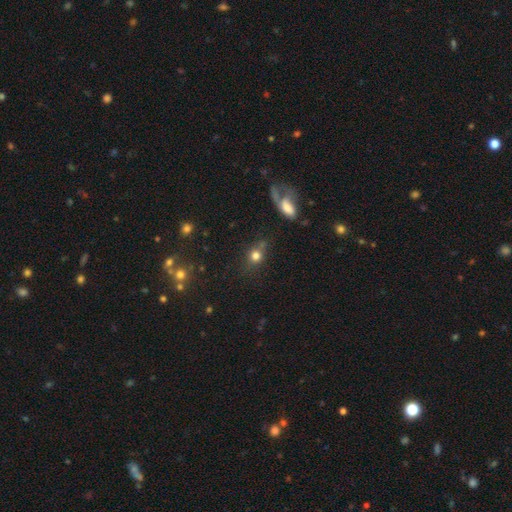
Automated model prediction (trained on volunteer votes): Overall: smooth (74%). How rounded: round (72%). Merging: none (60%).